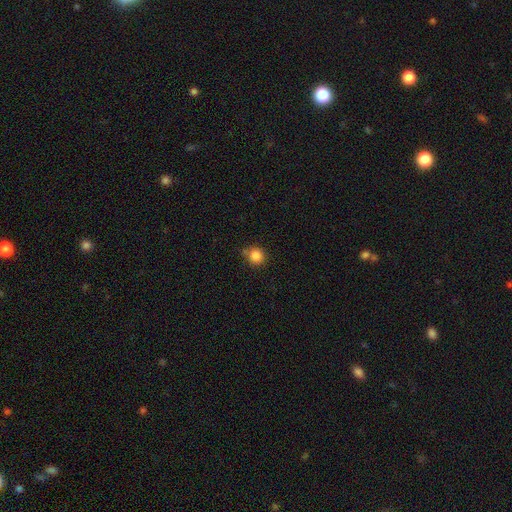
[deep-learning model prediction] smooth-or-featured: smooth: 85% | star or artifact: 11% | featured or disk: 4%
  how-rounded: round: 91% | in between: 8% | cigar-shaped: 1%
  merging: none: 73% | minor disturbance: 17% | merger: 7% | major disturbance: 4%